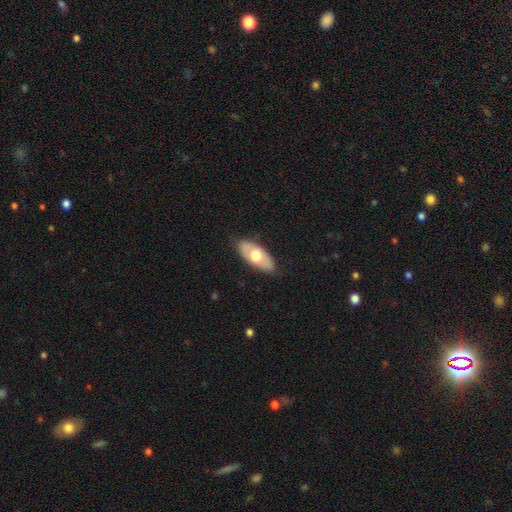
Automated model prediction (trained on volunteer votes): Smooth or featured? Predicted: smooth (p=0.56). How rounded? Predicted: in between (p=0.87). Merging? Predicted: none (p=0.82).